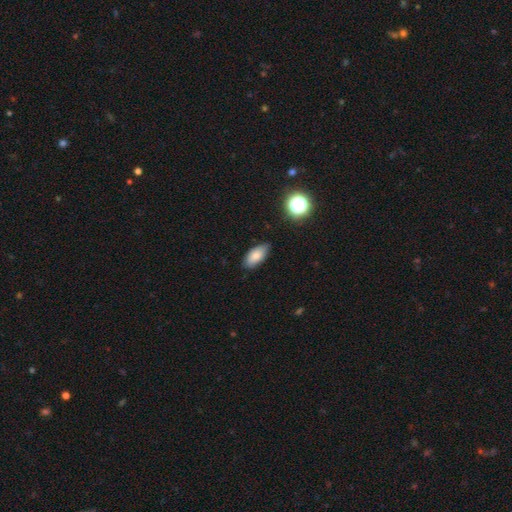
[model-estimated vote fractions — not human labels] Smooth or featured?
  - smooth: 80% *
  - featured or disk: 11%
  - star or artifact: 9%
How rounded?
  - in between: 89% *
  - cigar-shaped: 8%
  - round: 3%
Merging?
  - none: 79% *
  - minor disturbance: 17%
  - major disturbance: 3%
  - merger: 2%